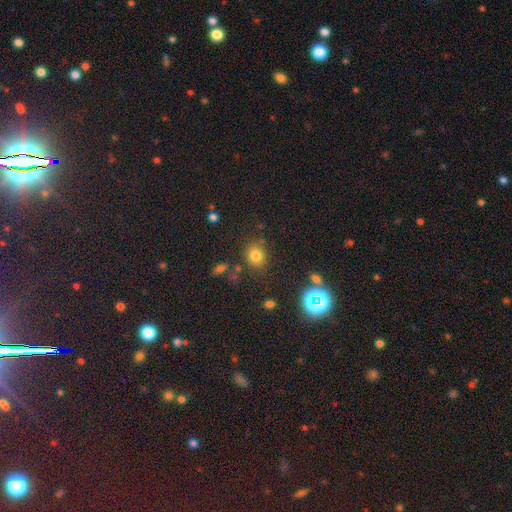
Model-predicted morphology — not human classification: A smooth galaxy with no disk features (74%) that is round (75%). Merging: none (80%).